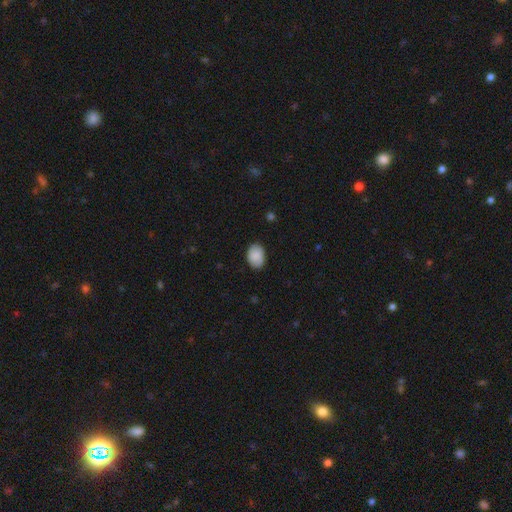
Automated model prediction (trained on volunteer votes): Q: Smooth or featured?
A: smooth (86%); runner-up: featured or disk (8%)
Q: How rounded?
A: in between (78%); runner-up: round (21%)
Q: Merging?
A: none (82%); runner-up: minor disturbance (14%)